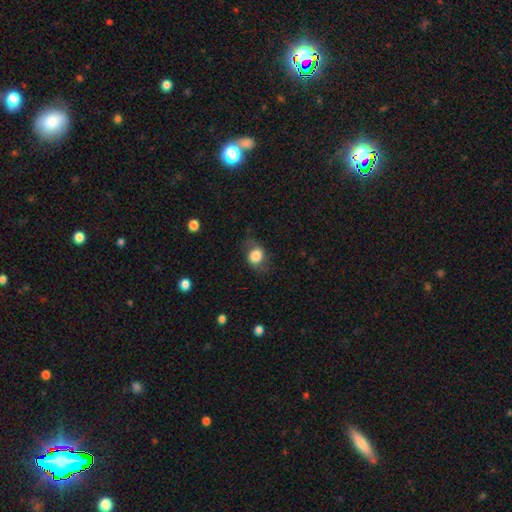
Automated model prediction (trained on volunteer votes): A smooth galaxy with no disk features (71%) that is round (55%).

Vote fractions:
- Smooth or featured? smooth: 71% / featured or disk: 20% / star or artifact: 8%
- How rounded? round: 55% / in between: 44% / cigar-shaped: 1%
- Merging? none: 65% / minor disturbance: 22% / major disturbance: 12% / merger: 1%